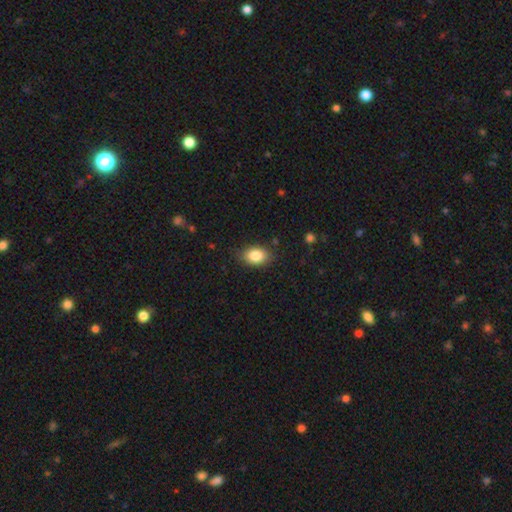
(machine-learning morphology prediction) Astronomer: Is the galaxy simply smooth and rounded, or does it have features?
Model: smooth — 85%.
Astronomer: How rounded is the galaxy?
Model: in between — 84%.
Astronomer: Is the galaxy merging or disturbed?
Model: none — 83%.